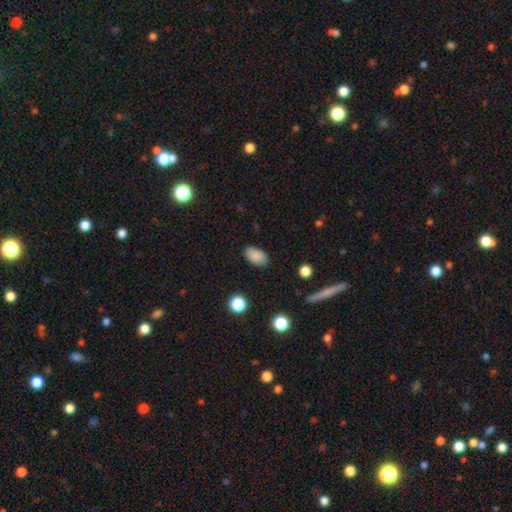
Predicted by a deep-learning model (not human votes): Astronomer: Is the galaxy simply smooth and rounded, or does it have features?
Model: smooth — 86%.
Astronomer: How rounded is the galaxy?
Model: in between — 92%.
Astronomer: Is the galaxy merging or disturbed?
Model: none — 86%.